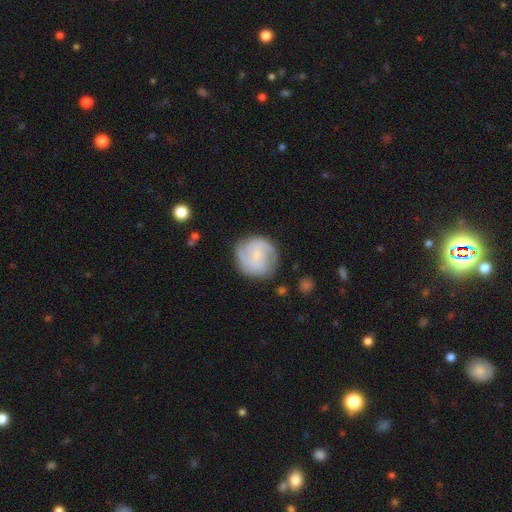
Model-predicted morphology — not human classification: The model was most divided on "spiral winding": tight: 45%, medium: 43%, loose: 12%. Remaining: edge-on disk — no (98%); spiral arms — yes (96%); merging — none (80%); smooth or featured — featured or disk (76%); bulge size — small (62%); bar — no (55%); spiral arm count — 2 (41%).